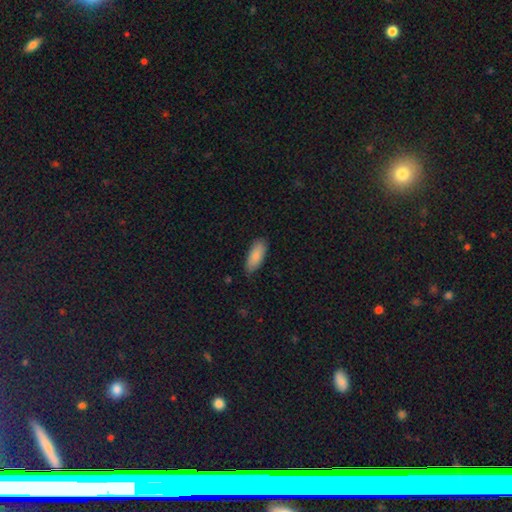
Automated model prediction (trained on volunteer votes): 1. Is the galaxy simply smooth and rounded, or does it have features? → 85% smooth, 9% featured or disk, 6% star or artifact.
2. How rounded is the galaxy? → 80% in between, 18% cigar-shaped, 2% round.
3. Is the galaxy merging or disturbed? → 81% none, 16% minor disturbance, 2% major disturbance, 1% merger.